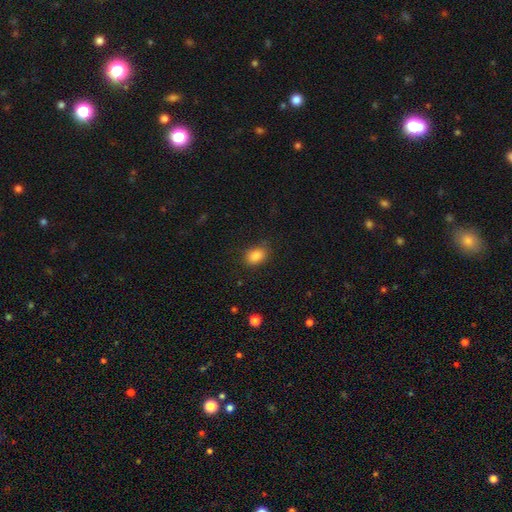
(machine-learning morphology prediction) A smooth galaxy with no disk features (86%) that is in between round and cigar-shaped (79%).

Vote fractions:
- Smooth or featured? smooth: 86% / star or artifact: 9% / featured or disk: 5%
- How rounded? in between: 79% / round: 19% / cigar-shaped: 1%
- Merging? none: 81% / minor disturbance: 14% / major disturbance: 4% / merger: 1%